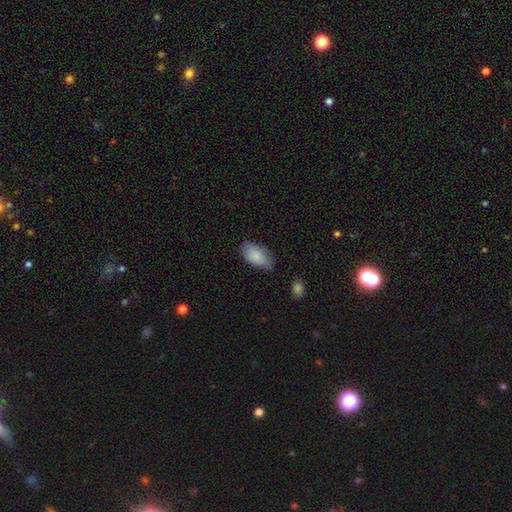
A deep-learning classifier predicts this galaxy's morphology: smooth 86%, featured or disk 8%, star or artifact 6%. Down the decision tree: how rounded — in between (95%); merging — none (66%).